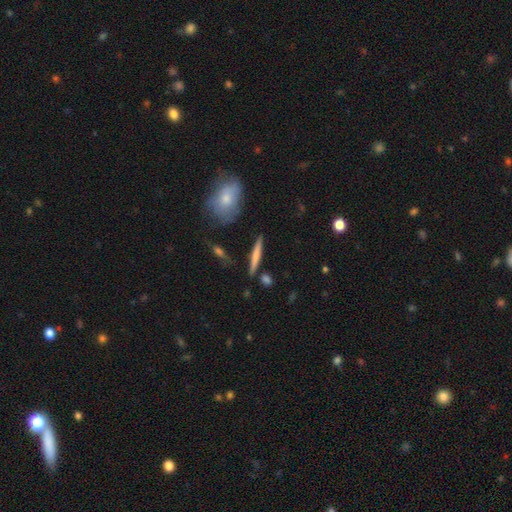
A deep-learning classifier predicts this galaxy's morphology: The model was most divided on "smooth or featured": smooth: 60%, featured or disk: 34%, star or artifact: 6%. More confident: how rounded — cigar-shaped (92%); merging — none (85%).